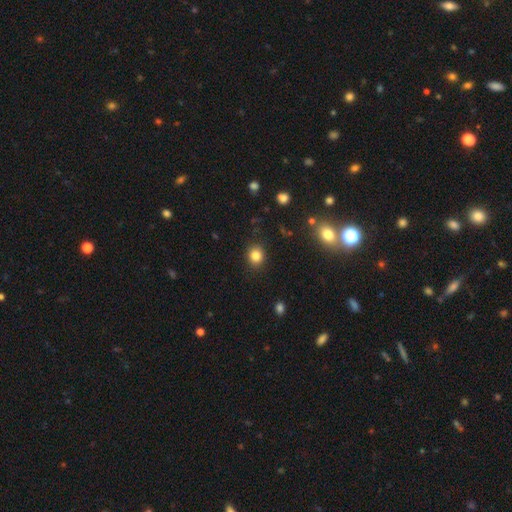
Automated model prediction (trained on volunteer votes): smooth-or-featured: smooth: 83% | star or artifact: 11% | featured or disk: 5%
  how-rounded: round: 75% | in between: 24% | cigar-shaped: 1%
  merging: none: 89% | minor disturbance: 8% | major disturbance: 2% | merger: 1%